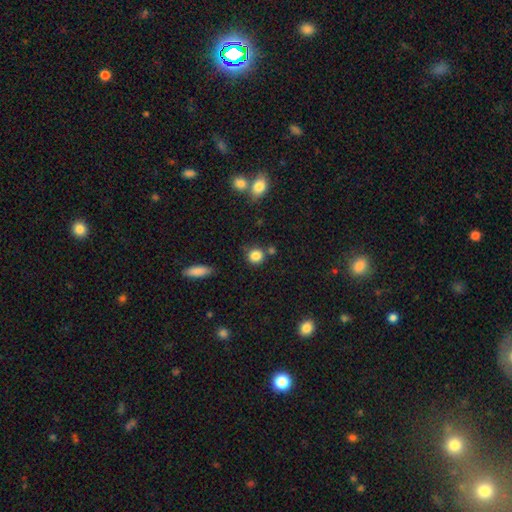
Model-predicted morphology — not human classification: A smooth galaxy with no disk features (84%) that is round (87%).

Vote fractions:
- Smooth or featured? smooth: 84% / star or artifact: 11% / featured or disk: 5%
- How rounded? round: 87% / in between: 11% / cigar-shaped: 1%
- Merging? none: 75% / minor disturbance: 11% / merger: 10% / major disturbance: 3%